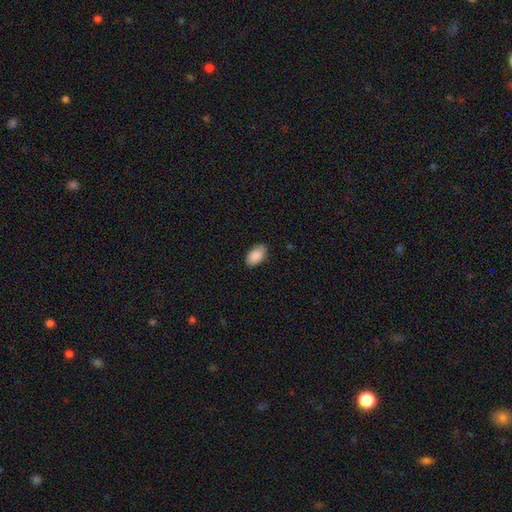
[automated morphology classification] smooth_or_featured: smooth (p=0.90) [alt: star or artifact p=0.06]
how_rounded: in between (p=0.94) [alt: round p=0.04]
merging: none (p=0.85) [alt: minor disturbance p=0.12]